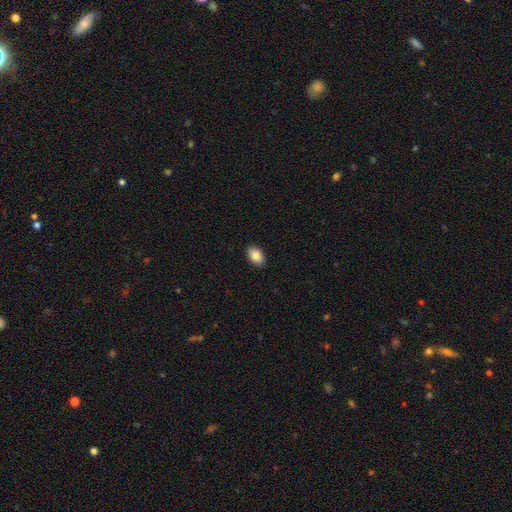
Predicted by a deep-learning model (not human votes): smooth_or_featured: smooth (p=0.88) [alt: star or artifact p=0.07]
how_rounded: in between (p=0.89) [alt: round p=0.10]
merging: none (p=0.90) [alt: minor disturbance p=0.07]